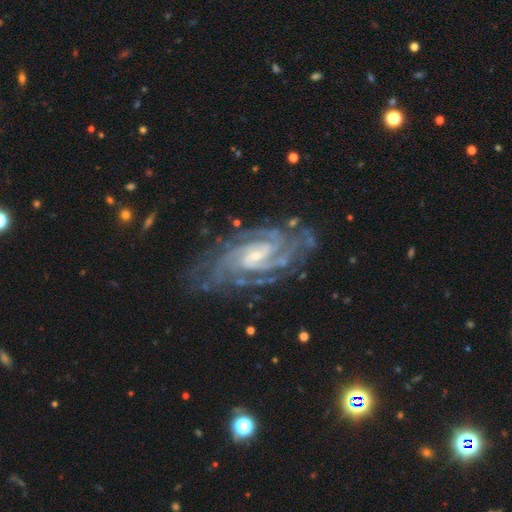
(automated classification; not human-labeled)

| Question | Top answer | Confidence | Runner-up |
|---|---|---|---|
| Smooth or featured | featured or disk | 93% | star or artifact (5%) |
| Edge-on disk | no | 97% | yes (3%) |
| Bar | weak | 44% | no (35%) |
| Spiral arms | yes | 99% | no (1%) |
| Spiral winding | tight | 71% | medium (26%) |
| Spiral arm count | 2 | 25% | 3 (22%) |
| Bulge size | small | 68% | moderate (26%) |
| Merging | none | 74% | minor disturbance (18%) |